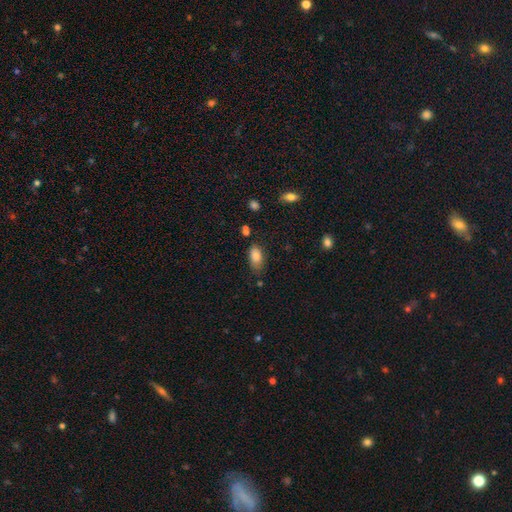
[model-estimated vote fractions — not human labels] This is clearly a smooth galaxy (84%). How rounded: clearly in between (90%). Merging: likely none (64%).